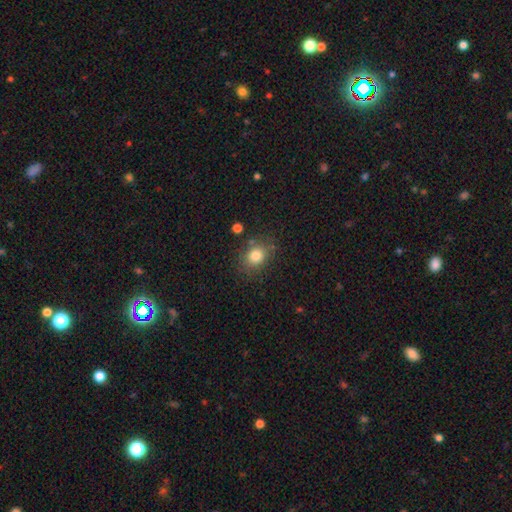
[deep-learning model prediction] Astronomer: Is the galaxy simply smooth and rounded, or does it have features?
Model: smooth — 81%.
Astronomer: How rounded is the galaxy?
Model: round — 56% (runner-up: in between, 43%).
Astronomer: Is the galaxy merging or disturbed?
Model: none — 77%.